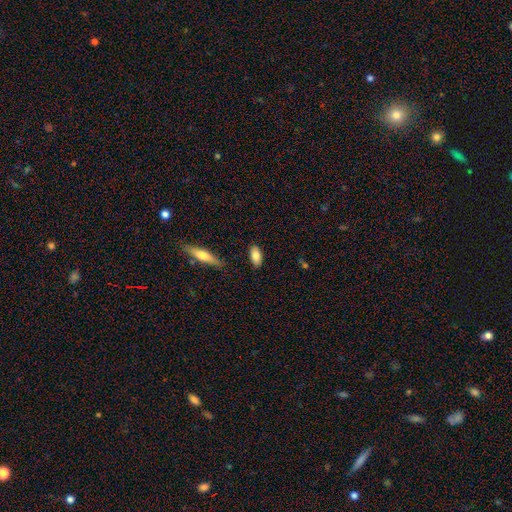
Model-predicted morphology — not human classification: A smooth galaxy with no disk features (82%) that is in between round and cigar-shaped (88%).

Vote fractions:
- Smooth or featured? smooth: 82% / featured or disk: 11% / star or artifact: 7%
- How rounded? in between: 88% / cigar-shaped: 9% / round: 3%
- Merging? none: 85% / minor disturbance: 11% / major disturbance: 2% / merger: 2%